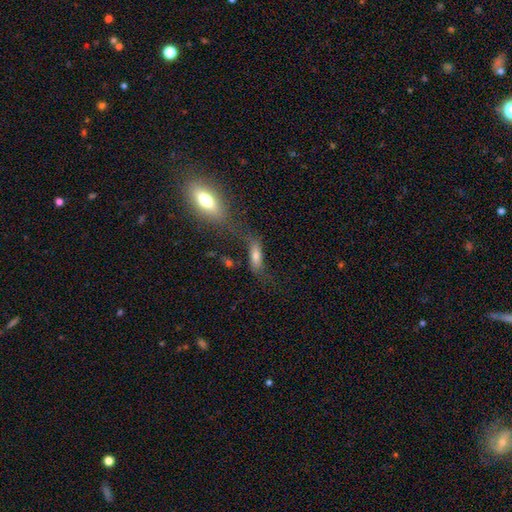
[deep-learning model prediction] The model was most divided on "how rounded": in between: 56%, cigar-shaped: 38%, round: 5%. Remaining: smooth or featured — smooth (54%); merging — none (43%).